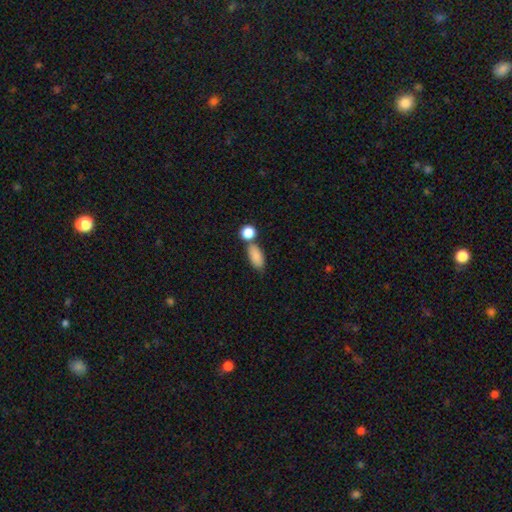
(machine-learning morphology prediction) Overall: smooth (86%). How rounded: in between (85%). Merging: none (58%; merger 23%).